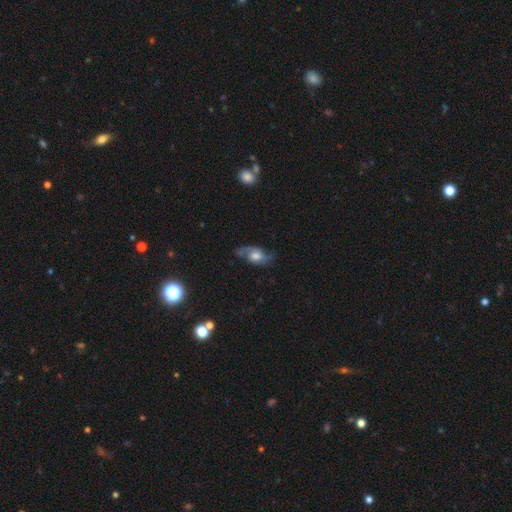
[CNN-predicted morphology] A featured or disk galaxy (69%) with no bar (63%), 2 (85%) loose (43%) spiral arms (90%) and a moderate central bulge (55%).

Vote fractions:
- Smooth or featured? featured or disk: 69% / smooth: 23% / star or artifact: 8%
- Edge-on disk? no: 93% / yes: 7%
- Bar? no: 63% / weak: 32% / strong: 6%
- Spiral arms? yes: 90% / no: 10%
- Spiral winding? loose: 43% / medium: 42% / tight: 16%
- Spiral arm count? 2: 85% / can't tell: 7% / 1: 5% / 3: 2% / 4: 1% / more than 4: 1%
- Bulge size? moderate: 55% / large: 26% / small: 13% / none: 3% / dominant: 2%
- Merging? none: 67% / minor disturbance: 21% / major disturbance: 10% / merger: 2%